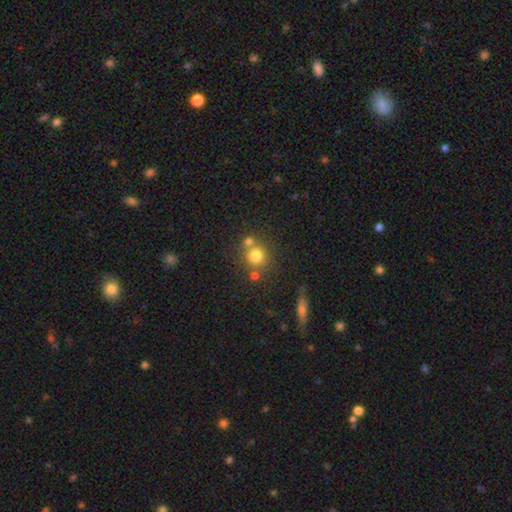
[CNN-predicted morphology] type=smooth (76%); roundness=round (91%); merging=none (60%).